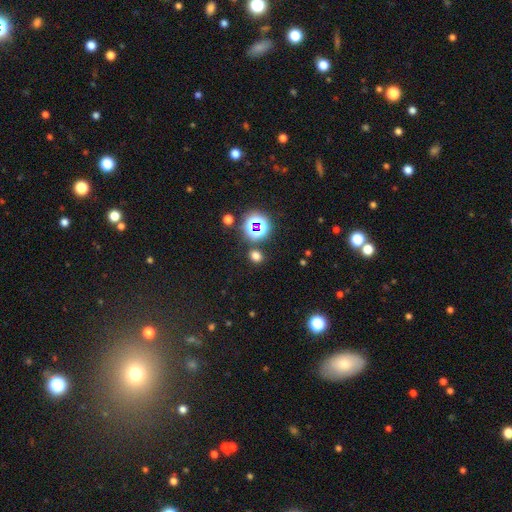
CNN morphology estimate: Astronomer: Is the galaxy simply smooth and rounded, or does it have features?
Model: smooth — 64%.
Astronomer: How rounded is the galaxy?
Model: round — 61% (runner-up: in between, 38%).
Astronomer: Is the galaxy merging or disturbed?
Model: none — 83%.